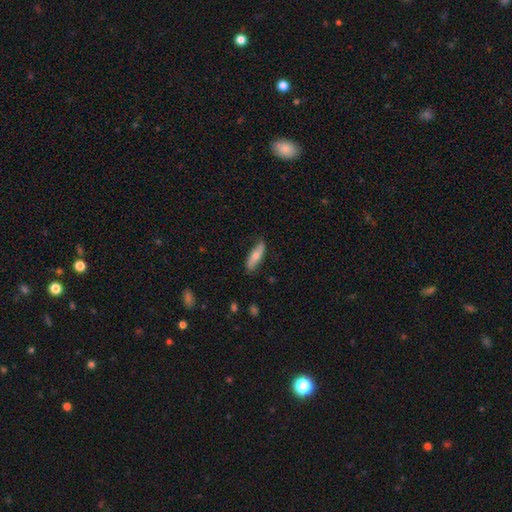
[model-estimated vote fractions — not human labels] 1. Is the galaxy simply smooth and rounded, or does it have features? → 62% smooth, 32% featured or disk, 6% star or artifact.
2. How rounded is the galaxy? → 59% cigar-shaped, 39% in between, 2% round.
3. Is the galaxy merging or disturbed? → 80% none, 17% minor disturbance, 2% major disturbance, 1% merger.